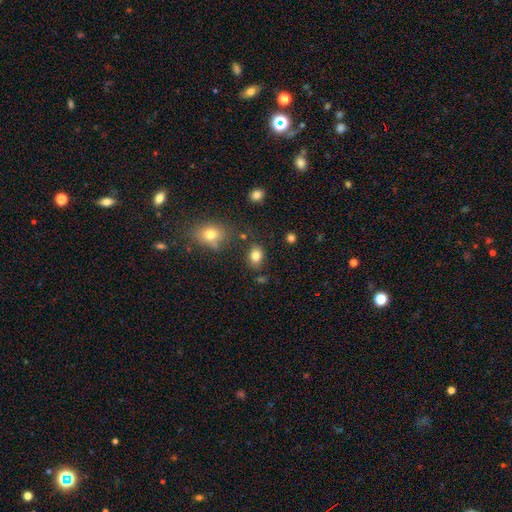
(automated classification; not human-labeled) This appears to be a smooth galaxy with no disk features (81%) that is in between round and cigar-shaped (63%). Merging: none (78%).